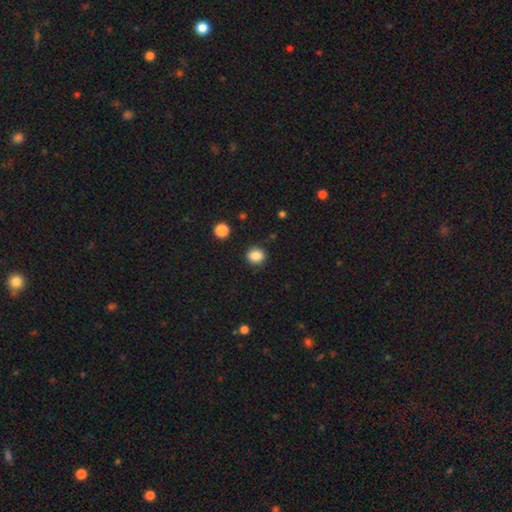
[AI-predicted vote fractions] This appears to be a smooth galaxy with no disk features (86%) that is round (77%). Merging: none (87%).